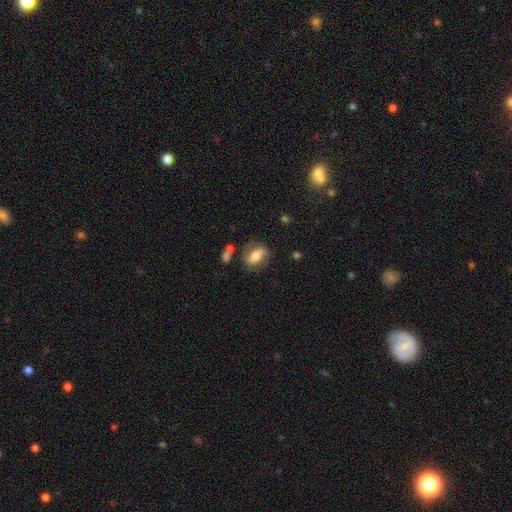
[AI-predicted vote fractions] Smooth or featured: smooth — 61% (featured or disk — 31%)
How rounded: in between — 78% (round — 15%)
Merging: none — 69% (minor disturbance — 17%)